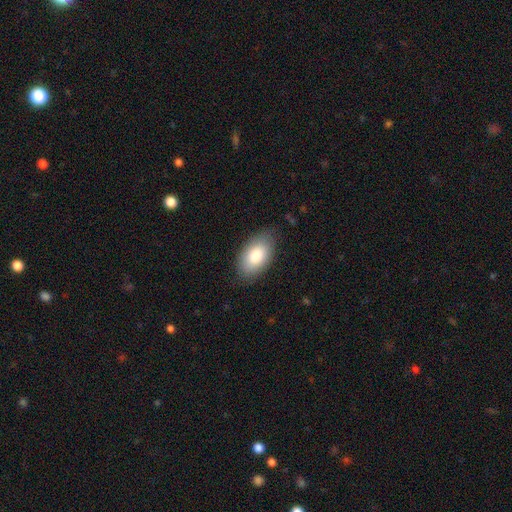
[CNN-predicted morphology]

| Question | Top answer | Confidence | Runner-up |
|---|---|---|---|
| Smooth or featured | smooth | 82% | featured or disk (12%) |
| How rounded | in between | 94% | round (4%) |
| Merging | none | 80% | minor disturbance (16%) |